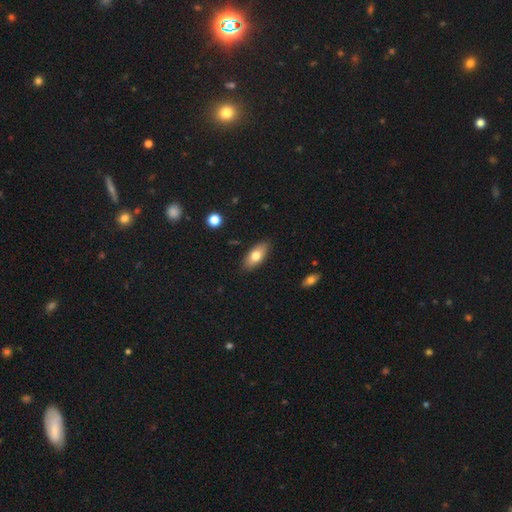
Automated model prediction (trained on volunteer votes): The model was most divided on "smooth or featured": smooth: 73%, featured or disk: 20%, star or artifact: 6%. More confident: merging — none (87%); how rounded — in between (86%).